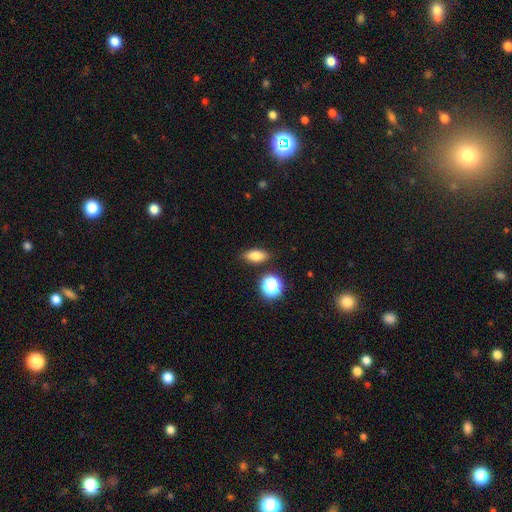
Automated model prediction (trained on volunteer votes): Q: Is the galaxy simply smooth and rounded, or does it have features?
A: smooth — 79%.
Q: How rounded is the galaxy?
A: in between — 79%.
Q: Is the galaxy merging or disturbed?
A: none — 84%.